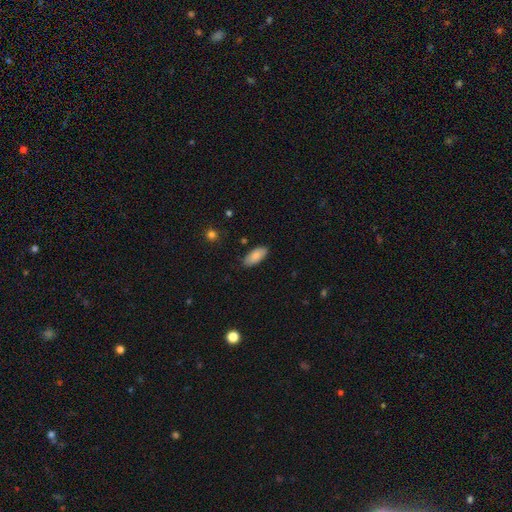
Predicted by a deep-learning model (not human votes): A smooth galaxy with no disk features (86%) that is in between round and cigar-shaped (89%).

Vote fractions:
- Smooth or featured? smooth: 86% / featured or disk: 8% / star or artifact: 6%
- How rounded? in between: 89% / cigar-shaped: 9% / round: 2%
- Merging? none: 85% / minor disturbance: 12% / major disturbance: 2% / merger: 1%